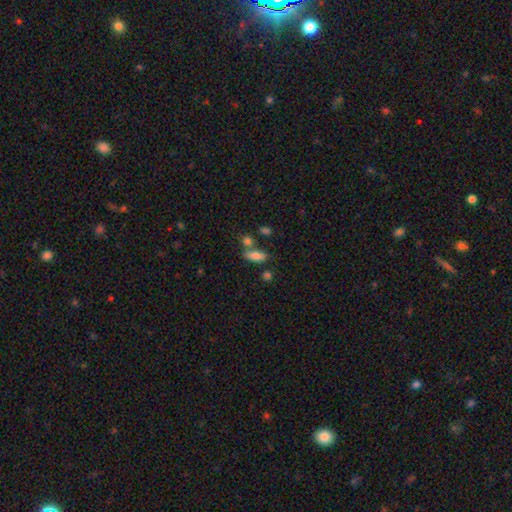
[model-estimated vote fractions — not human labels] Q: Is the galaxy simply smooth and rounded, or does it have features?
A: smooth — 81%.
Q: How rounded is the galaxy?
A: in between — 76%.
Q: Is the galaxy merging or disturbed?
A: none — 61%.